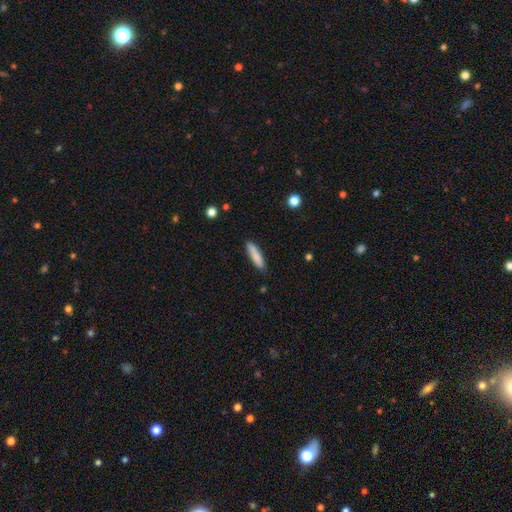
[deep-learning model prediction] This appears to be a smooth galaxy with no disk features (83%) that is cigar-shaped (81%). Merging: none (83%).